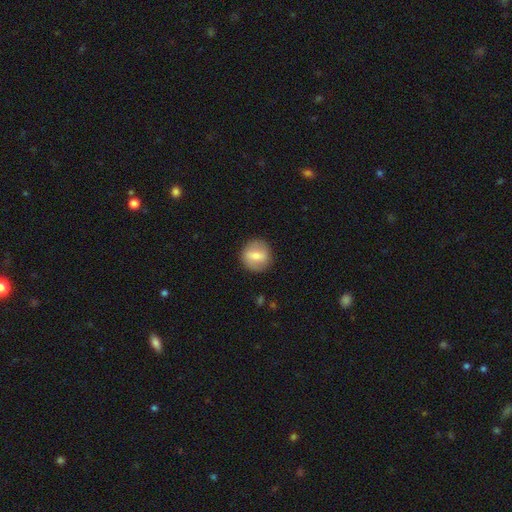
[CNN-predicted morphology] The model was most divided on "smooth or featured": smooth: 60%, featured or disk: 33%, star or artifact: 7%. More confident: how rounded — round (87%); merging — none (86%).